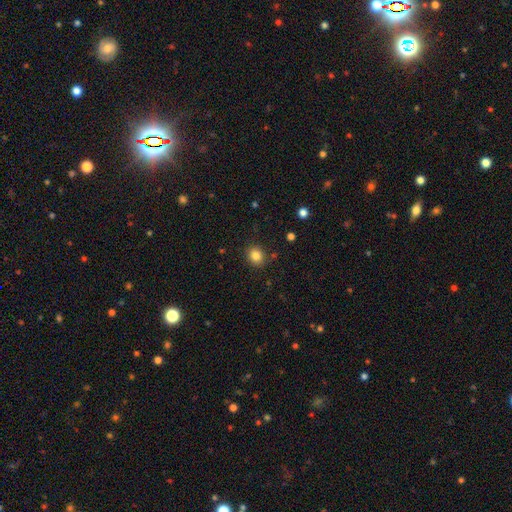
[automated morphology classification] Q: Smooth or featured?
A: smooth (83%); runner-up: star or artifact (12%)
Q: How rounded?
A: round (78%); runner-up: in between (21%)
Q: Merging?
A: none (86%); runner-up: minor disturbance (9%)